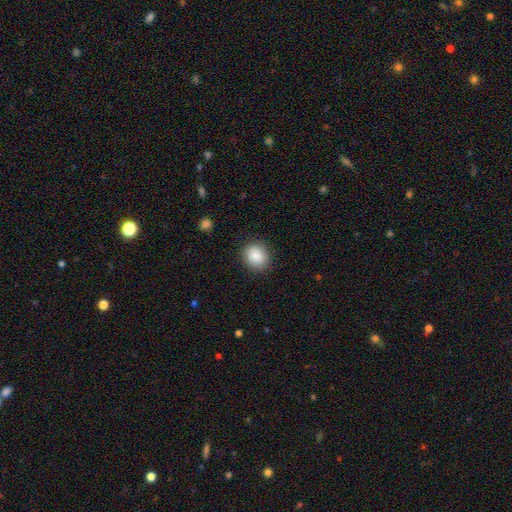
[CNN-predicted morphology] smooth 88%, star or artifact 8%, featured or disk 4%. Down the decision tree: how rounded — round (76%); merging — none (88%).